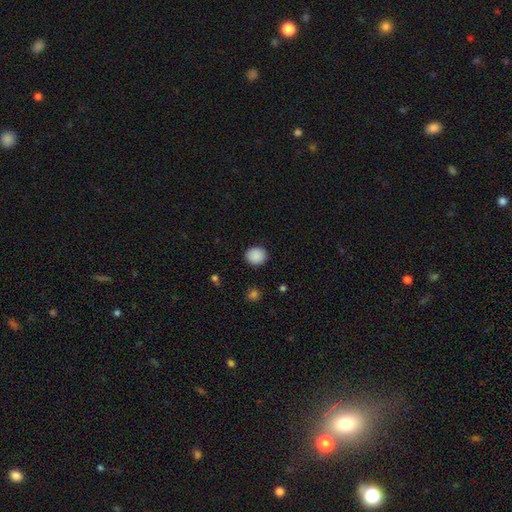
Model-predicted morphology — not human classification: type=smooth (89%); roundness=round (80%); merging=none (89%).